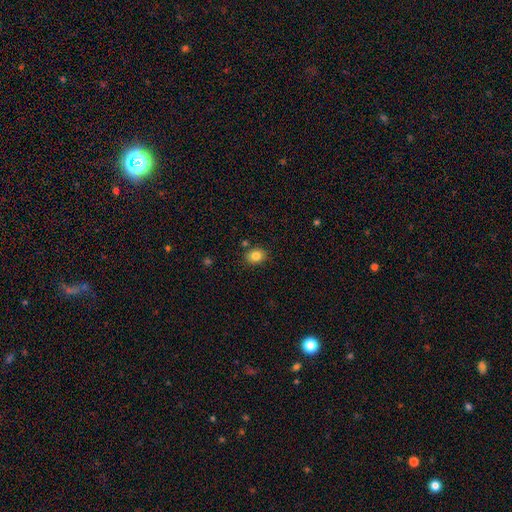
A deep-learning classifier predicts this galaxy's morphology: type=smooth (82%); roundness=round (55%); merging=none (84%).